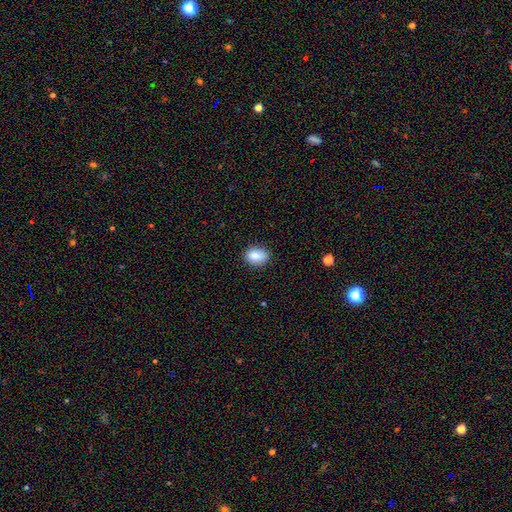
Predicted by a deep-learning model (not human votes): smooth 85%, star or artifact 8%, featured or disk 6%. Down the decision tree: how rounded — in between (64%); merging — none (83%).